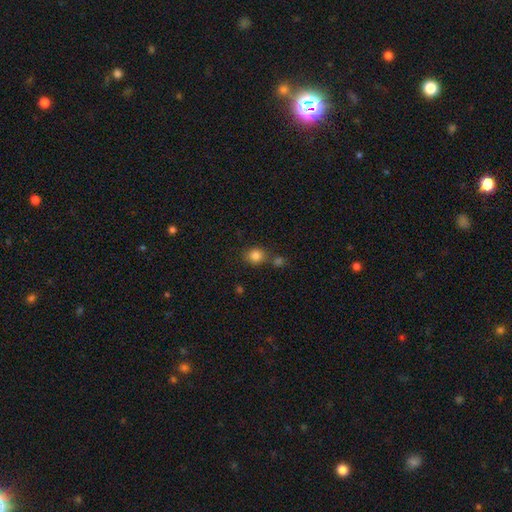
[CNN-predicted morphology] smooth-or-featured: smooth: 83% | star or artifact: 11% | featured or disk: 6%
  how-rounded: round: 74% | in between: 25% | cigar-shaped: 1%
  merging: none: 68% | merger: 18% | minor disturbance: 11% | major disturbance: 3%